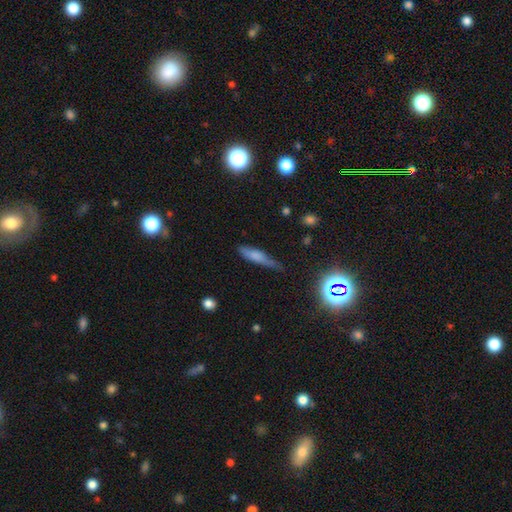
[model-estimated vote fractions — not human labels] The model was most divided on "merging": none: 51%, minor disturbance: 35%, major disturbance: 10%, merger: 3%. More confident: how rounded — cigar-shaped (72%); smooth or featured — smooth (66%).